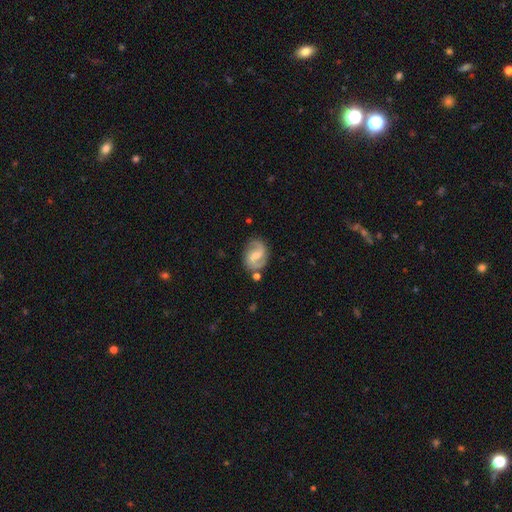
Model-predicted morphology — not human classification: Smooth or featured: featured or disk — 81% (smooth — 14%)
Edge-on disk: no — 98% (yes — 2%)
Bar: weak — 54% (no — 26%)
Spiral arms: yes — 95% (no — 5%)
Spiral winding: medium — 51% (loose — 31%)
Spiral arm count: 2 — 90% (can't tell — 4%)
Bulge size: small — 44% (moderate — 43%)
Merging: none — 76% (minor disturbance — 15%)